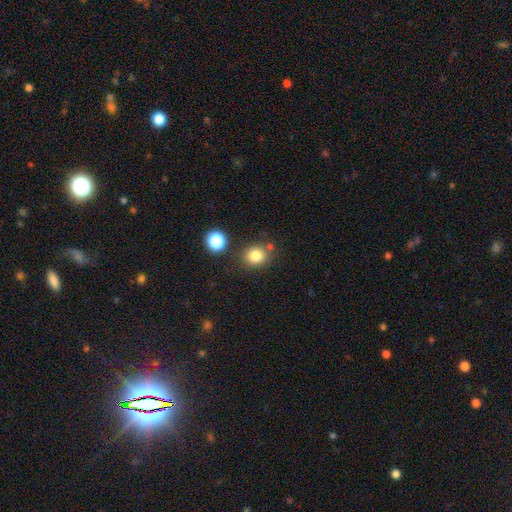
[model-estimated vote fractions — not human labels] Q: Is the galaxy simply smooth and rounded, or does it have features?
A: smooth — 81%.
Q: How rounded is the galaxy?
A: round — 74%.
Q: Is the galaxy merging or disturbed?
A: none — 75%.